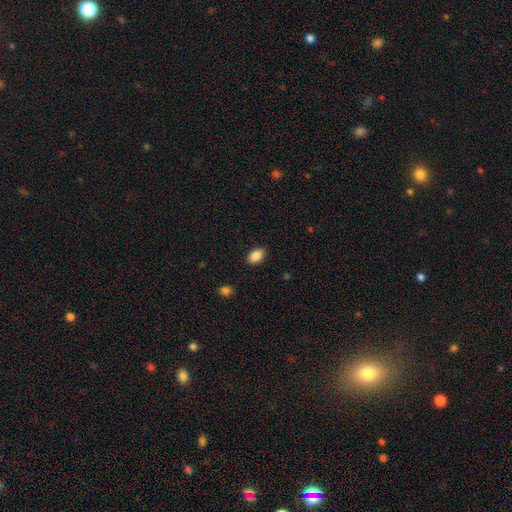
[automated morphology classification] A smooth galaxy with no disk features (88%) that is in between round and cigar-shaped (89%).

Vote fractions:
- Smooth or featured? smooth: 88% / star or artifact: 8% / featured or disk: 4%
- How rounded? in between: 89% / round: 10% / cigar-shaped: 1%
- Merging? none: 86% / minor disturbance: 11% / major disturbance: 2% / merger: 1%